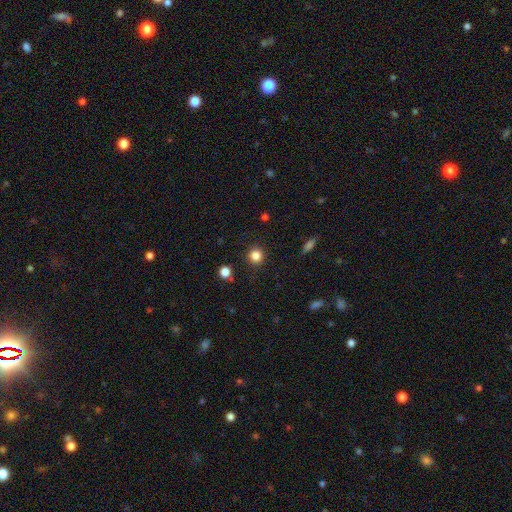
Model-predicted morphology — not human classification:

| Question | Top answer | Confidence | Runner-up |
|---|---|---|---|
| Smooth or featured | smooth | 84% | star or artifact (12%) |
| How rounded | round | 93% | in between (6%) |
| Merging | none | 91% | minor disturbance (6%) |